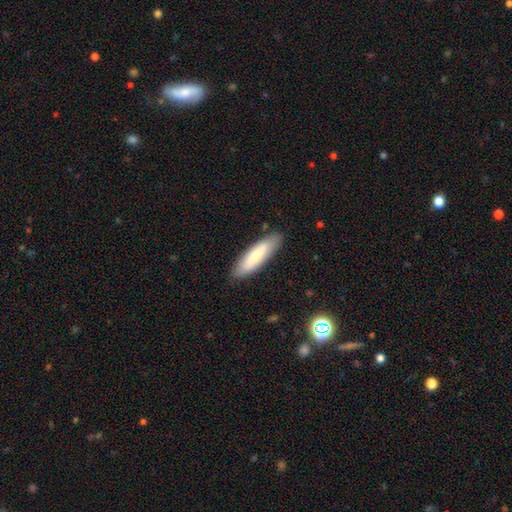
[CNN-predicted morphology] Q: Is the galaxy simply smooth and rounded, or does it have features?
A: smooth — 70%.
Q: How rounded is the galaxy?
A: cigar-shaped — 59%.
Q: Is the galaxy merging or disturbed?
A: none — 86%.